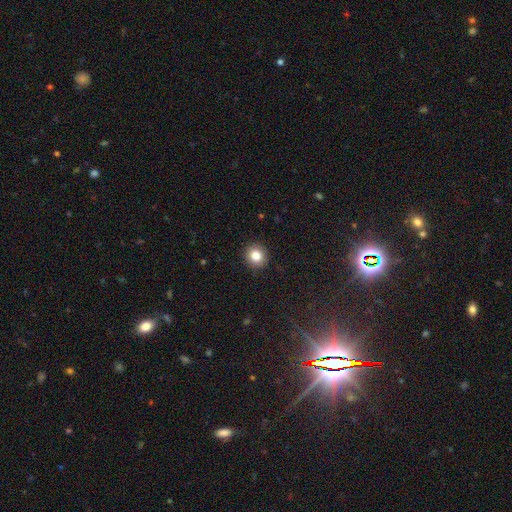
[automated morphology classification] This is clearly a smooth galaxy (83%). How rounded: clearly round (87%). Merging: clearly none (92%).